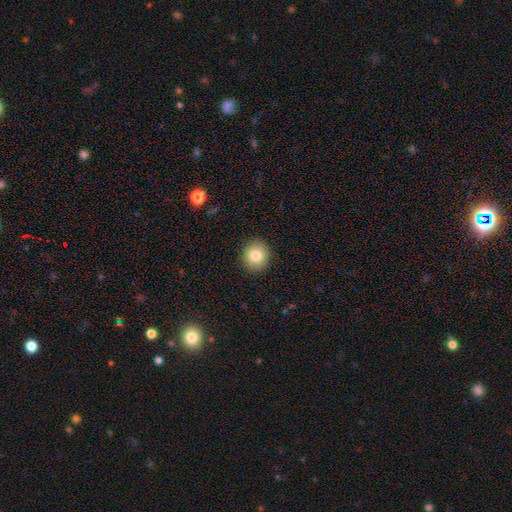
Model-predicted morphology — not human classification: smooth 81%, star or artifact 10%, featured or disk 9%. Down the decision tree: how rounded — round (85%); merging — none (91%).